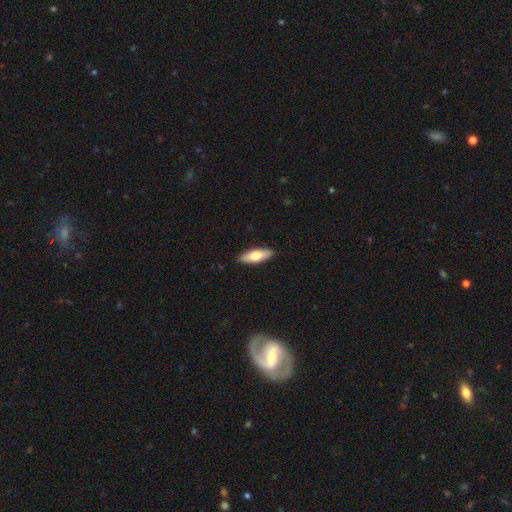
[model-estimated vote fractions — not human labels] Smooth or featured: smooth — 62% (featured or disk — 33%)
How rounded: in between — 61% (cigar-shaped — 37%)
Merging: none — 90% (minor disturbance — 7%)